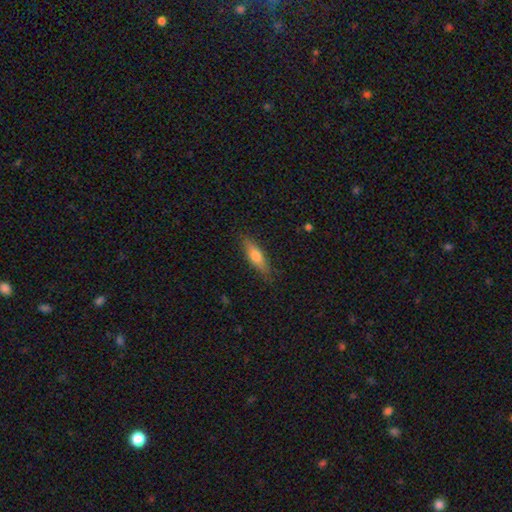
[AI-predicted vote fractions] The model was most divided on "how rounded": cigar-shaped: 52%, in between: 46%, round: 2%. More confident: merging — none (83%); smooth or featured — smooth (69%).